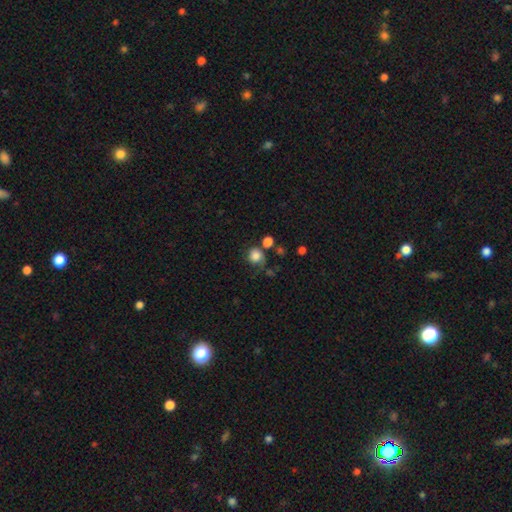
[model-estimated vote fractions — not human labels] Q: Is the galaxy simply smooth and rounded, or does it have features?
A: smooth — 81%.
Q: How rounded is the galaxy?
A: round — 83%.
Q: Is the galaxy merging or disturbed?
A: none — 54%.